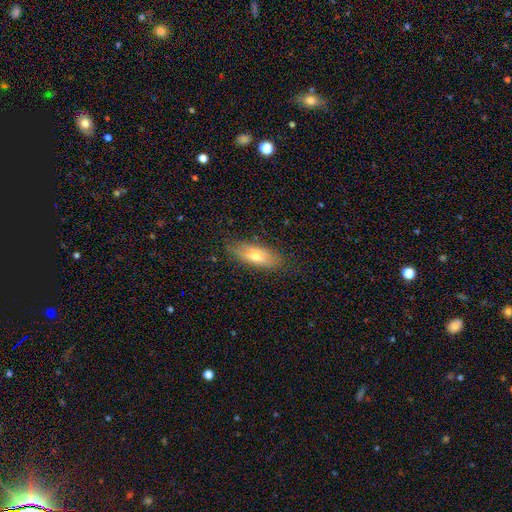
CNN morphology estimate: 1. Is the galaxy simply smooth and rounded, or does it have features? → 63% smooth, 29% featured or disk, 8% star or artifact.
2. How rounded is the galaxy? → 64% in between, 33% cigar-shaped, 3% round.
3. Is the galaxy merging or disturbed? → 81% none, 14% minor disturbance, 3% major disturbance, 1% merger.